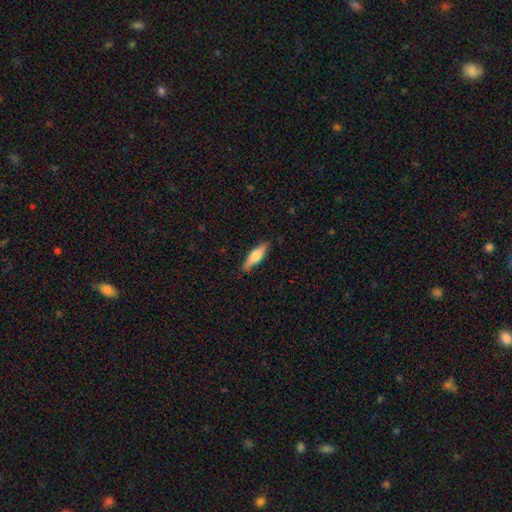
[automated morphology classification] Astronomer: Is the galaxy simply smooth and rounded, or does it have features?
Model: smooth — 56% (runner-up: featured or disk, 39%).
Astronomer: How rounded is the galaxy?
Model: cigar-shaped — 64%.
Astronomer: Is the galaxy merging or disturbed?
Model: none — 86%.